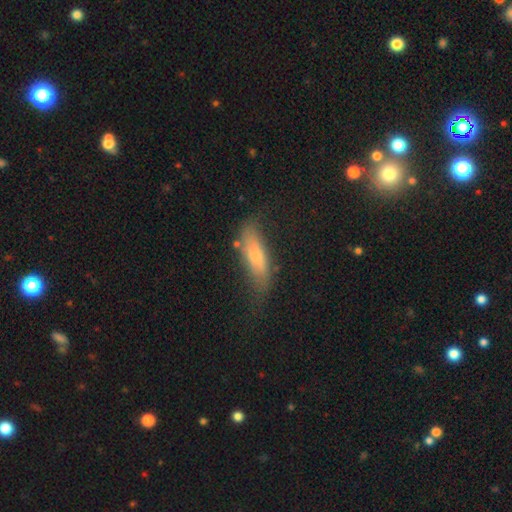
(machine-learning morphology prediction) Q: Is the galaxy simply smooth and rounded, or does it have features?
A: smooth — 65%.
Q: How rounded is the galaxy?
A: cigar-shaped — 51%.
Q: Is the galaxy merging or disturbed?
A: none — 57%.